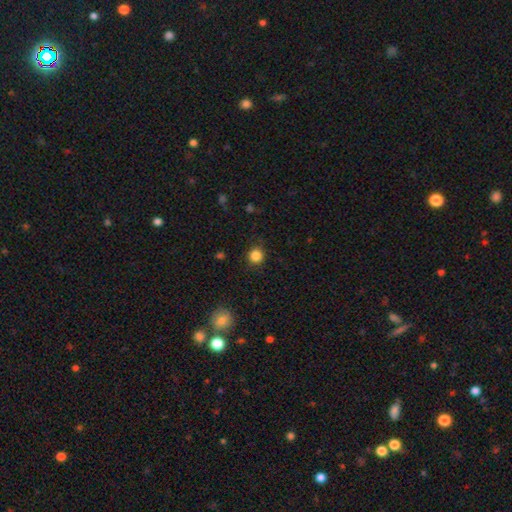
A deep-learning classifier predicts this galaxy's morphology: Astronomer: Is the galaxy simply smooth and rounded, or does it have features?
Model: smooth — 85%.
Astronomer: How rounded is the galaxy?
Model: round — 92%.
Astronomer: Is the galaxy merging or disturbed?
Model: none — 88%.